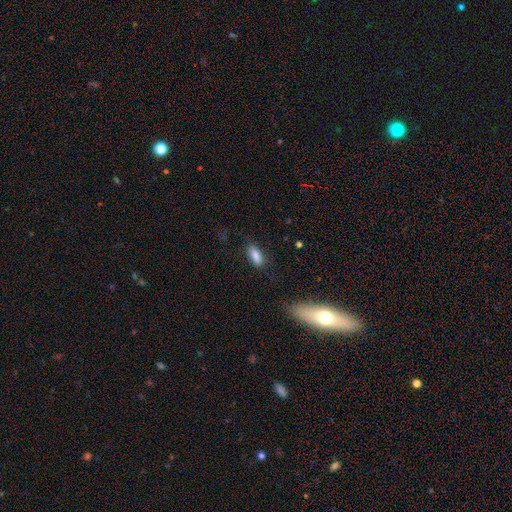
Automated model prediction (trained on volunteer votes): Smooth or featured: smooth — 84% (star or artifact — 8%)
How rounded: in between — 76% (cigar-shaped — 21%)
Merging: none — 80% (minor disturbance — 14%)